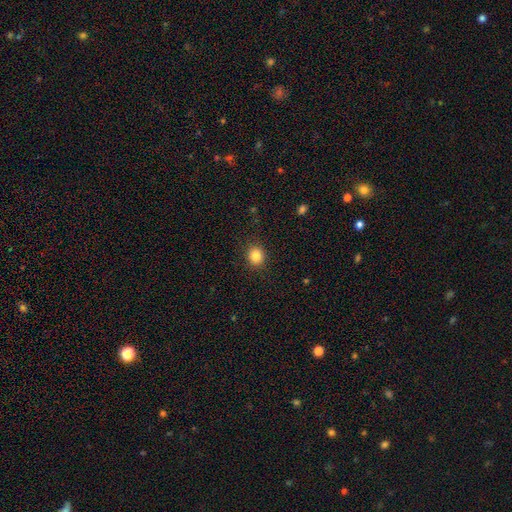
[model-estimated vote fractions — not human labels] Smooth or featured: smooth — 83% (star or artifact — 11%)
How rounded: round — 80% (in between — 20%)
Merging: none — 90% (minor disturbance — 7%)